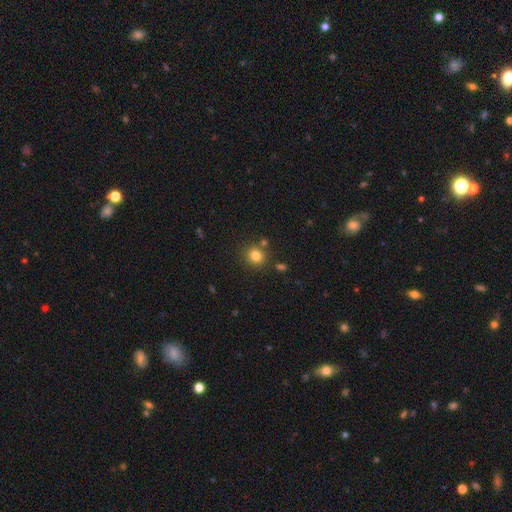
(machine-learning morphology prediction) Overall: smooth (81%). How rounded: round (87%). Merging: none (81%).